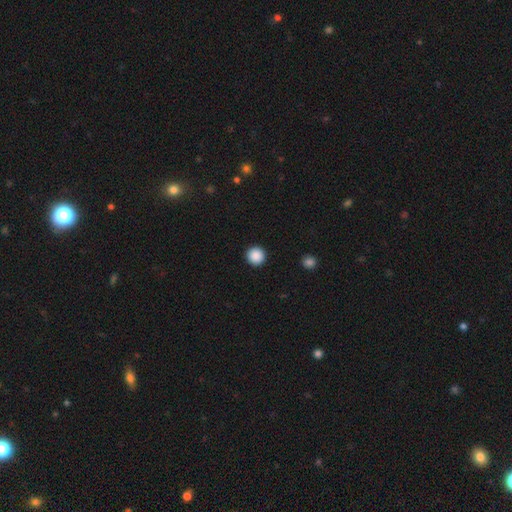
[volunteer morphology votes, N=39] Volunteers were most divided on "smooth or featured": smooth: 90%, star or artifact: 8%, featured or disk: 3%. More confident: how rounded — round (94%); merging — none (89%).